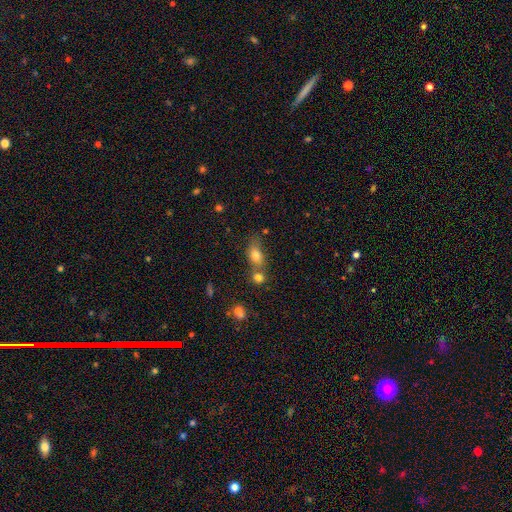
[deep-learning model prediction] A smooth galaxy with no disk features (75%) that is in between round and cigar-shaped (70%).

Vote fractions:
- Smooth or featured? smooth: 75% / star or artifact: 13% / featured or disk: 12%
- How rounded? in between: 70% / round: 23% / cigar-shaped: 7%
- Merging? none: 46% / merger: 36% / minor disturbance: 13% / major disturbance: 6%